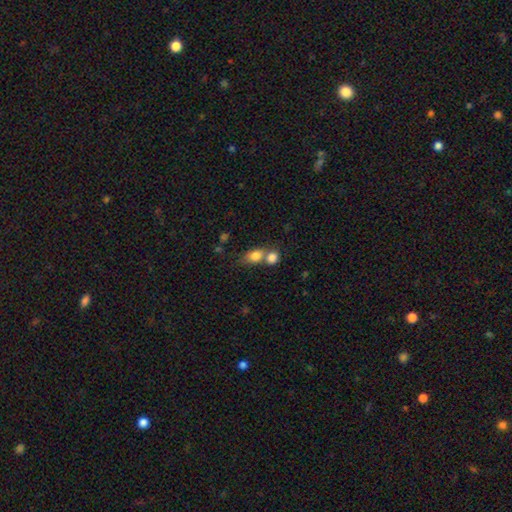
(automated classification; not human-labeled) Q: Smooth or featured?
A: smooth (80%); runner-up: featured or disk (10%)
Q: How rounded?
A: in between (60%); runner-up: round (37%)
Q: Merging?
A: merger (56%); runner-up: none (31%)